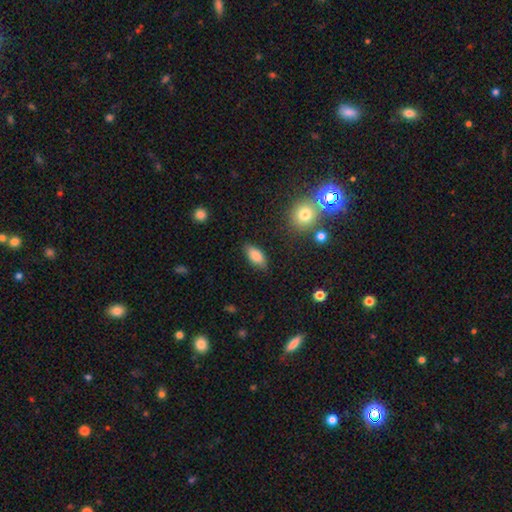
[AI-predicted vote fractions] smooth-or-featured: smooth: 83% | featured or disk: 9% | star or artifact: 8%
  how-rounded: in between: 87% | cigar-shaped: 10% | round: 3%
  merging: none: 85% | minor disturbance: 11% | major disturbance: 3% | merger: 2%